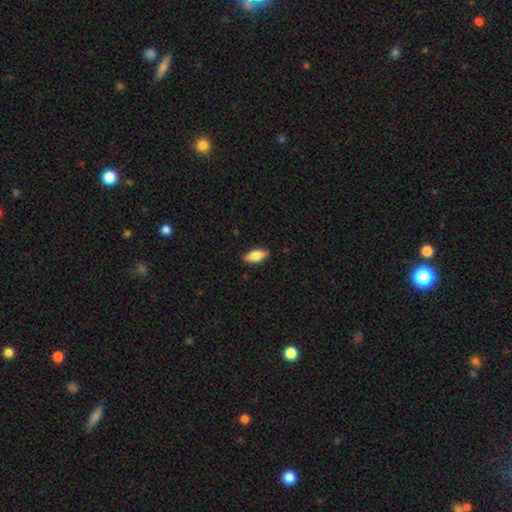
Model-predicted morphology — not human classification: Smooth or featured: smooth — 69% (featured or disk — 25%)
How rounded: in between — 75% (cigar-shaped — 23%)
Merging: none — 88% (minor disturbance — 9%)